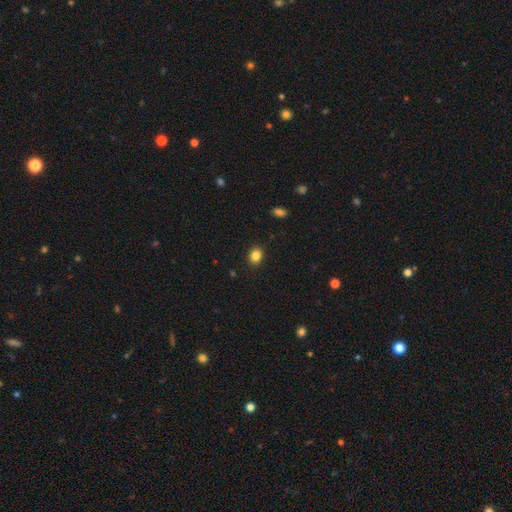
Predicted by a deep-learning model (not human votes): smooth_or_featured: smooth (p=0.84) [alt: star or artifact p=0.10]
how_rounded: round (p=0.55) [alt: in between p=0.44]
merging: none (p=0.90) [alt: minor disturbance p=0.07]